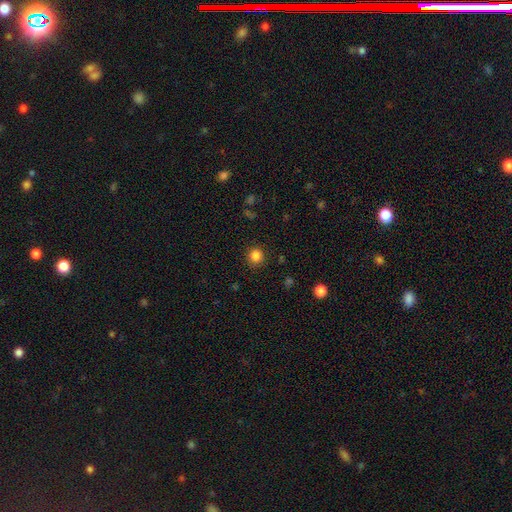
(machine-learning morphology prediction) This is clearly a smooth galaxy (84%). How rounded: clearly round (91%). Merging: clearly none (90%).